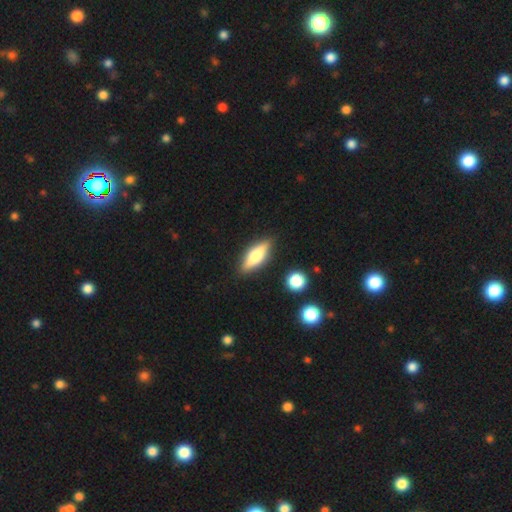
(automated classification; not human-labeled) A smooth galaxy with no disk features (49%).

Vote fractions:
- Smooth or featured? smooth: 49% / featured or disk: 44% / star or artifact: 7%
- Merging? none: 87% / minor disturbance: 9% / major disturbance: 2% / merger: 2%